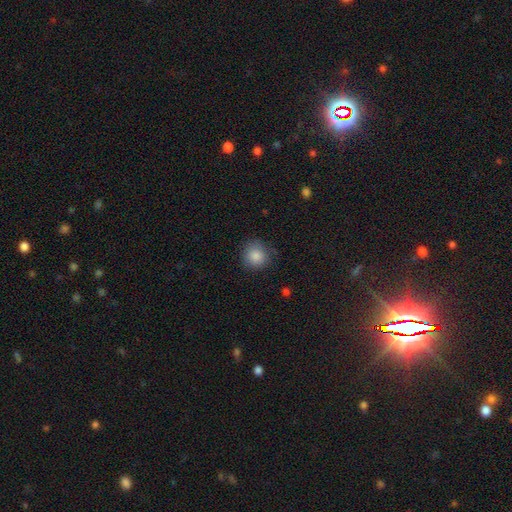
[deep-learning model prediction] Overall: smooth (87%). How rounded: round (90%). Merging: none (81%).